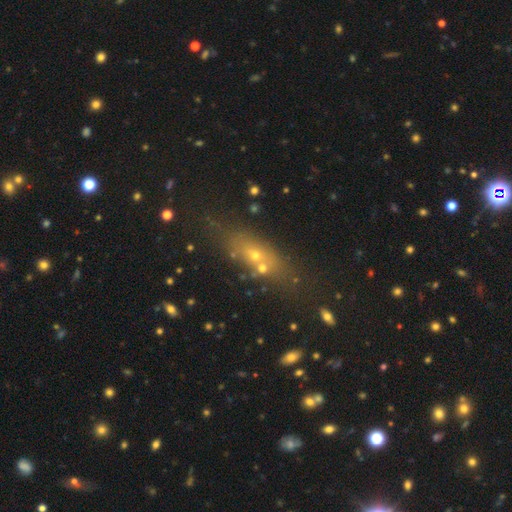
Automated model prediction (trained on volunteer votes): Smooth or featured: smooth — 49% (featured or disk — 26%)
Merging: none — 58% (merger — 22%)